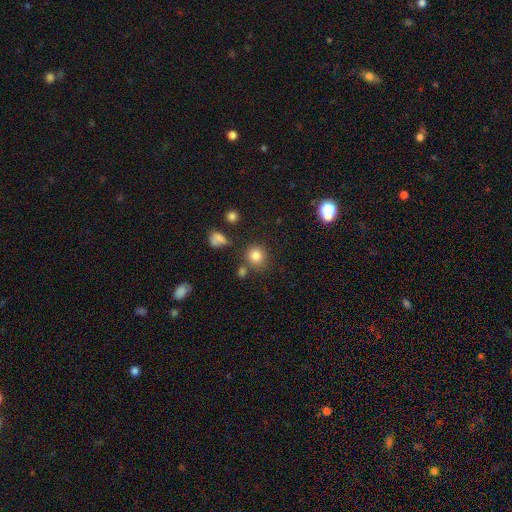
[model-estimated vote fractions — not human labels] Smooth or featured: smooth — 81% (star or artifact — 12%)
How rounded: round — 88% (in between — 11%)
Merging: none — 75% (minor disturbance — 11%)